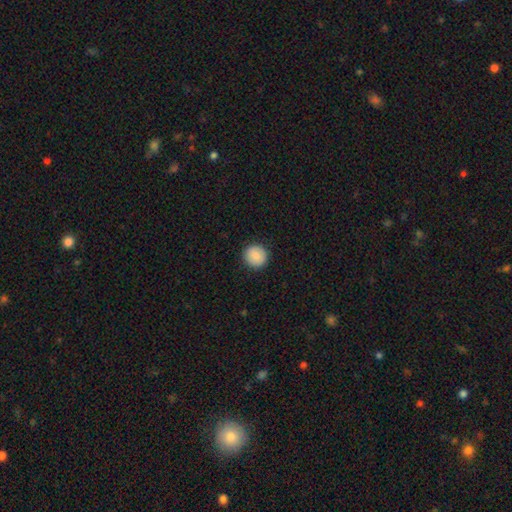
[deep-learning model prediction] Overall: smooth (87%). How rounded: round (94%). Merging: none (92%).